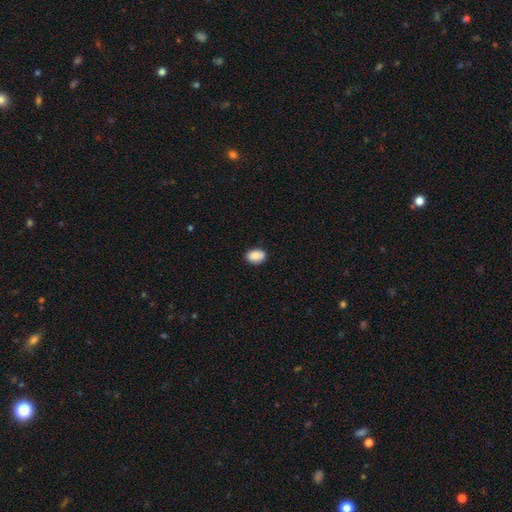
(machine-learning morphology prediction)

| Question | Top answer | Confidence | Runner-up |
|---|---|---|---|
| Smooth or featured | smooth | 88% | star or artifact (8%) |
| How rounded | in between | 81% | round (18%) |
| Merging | none | 83% | minor disturbance (13%) |